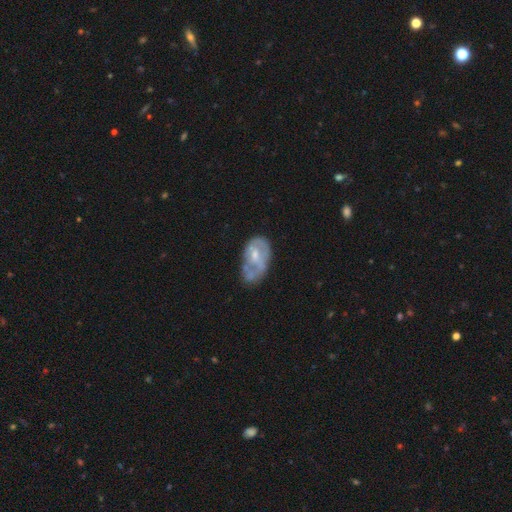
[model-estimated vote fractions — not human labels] featured or disk 56%, smooth 37%, star or artifact 7%. Down the decision tree: edge-on disk — no (96%); bar — no (65%); spiral arms — no (69%); bulge size — moderate (44%); merging — minor disturbance (33%).